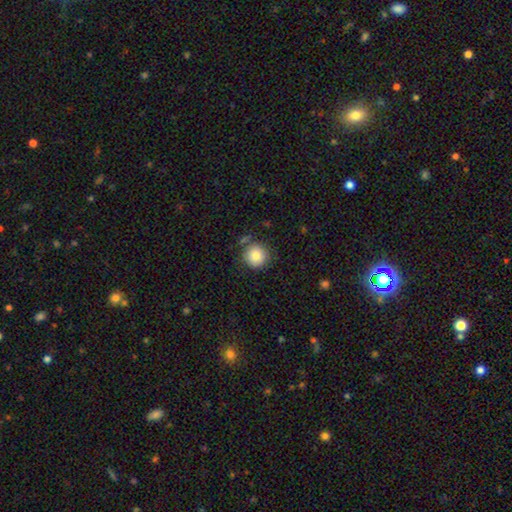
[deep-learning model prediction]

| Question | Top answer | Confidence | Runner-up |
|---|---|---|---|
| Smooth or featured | smooth | 84% | star or artifact (9%) |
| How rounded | round | 94% | in between (5%) |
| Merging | none | 82% | minor disturbance (11%) |